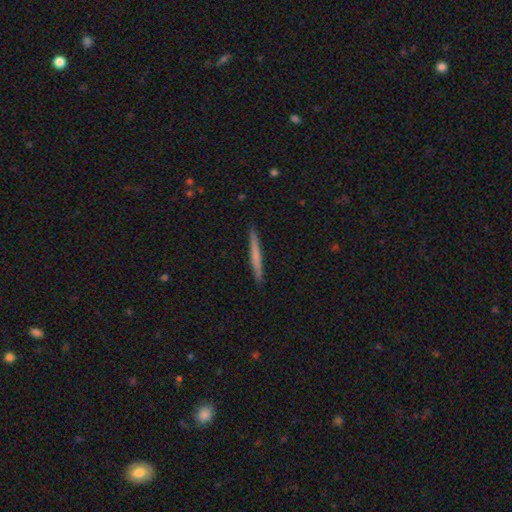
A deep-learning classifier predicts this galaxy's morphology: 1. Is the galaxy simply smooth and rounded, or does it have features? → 55% smooth, 39% featured or disk, 6% star or artifact.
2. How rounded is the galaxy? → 97% cigar-shaped, 2% in between, 1% round.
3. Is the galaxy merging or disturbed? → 91% none, 6% minor disturbance, 1% major disturbance, 1% merger.